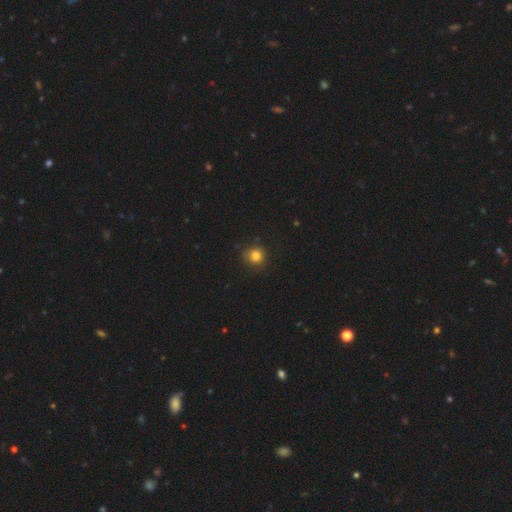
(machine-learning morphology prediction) type=smooth (82%); roundness=round (91%); merging=none (83%).